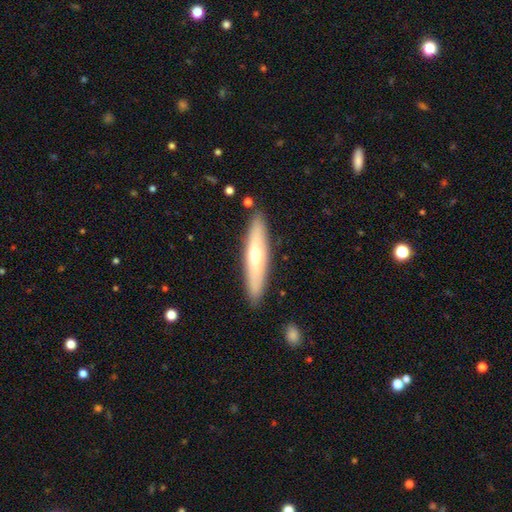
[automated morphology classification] Smooth or featured? smooth (52%)
How rounded? cigar-shaped (85%)
Merging? none (88%)